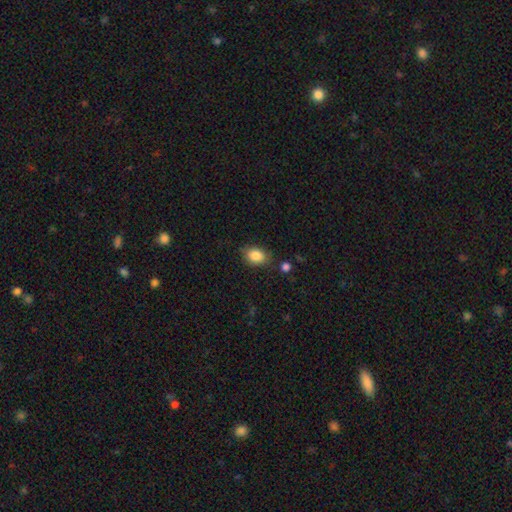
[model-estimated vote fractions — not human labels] Smooth or featured? Predicted: smooth (p=0.86). How rounded? Predicted: in between (p=0.71). Merging? Predicted: none (p=0.77).